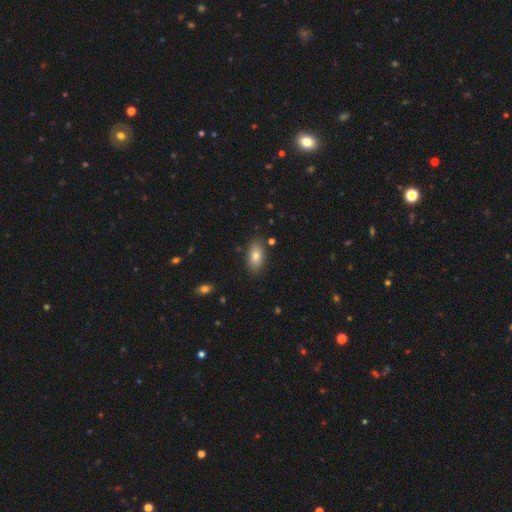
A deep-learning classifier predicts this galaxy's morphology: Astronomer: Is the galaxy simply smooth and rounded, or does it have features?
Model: smooth — 79%.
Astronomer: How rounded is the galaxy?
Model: in between — 90%.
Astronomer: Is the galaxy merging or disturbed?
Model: none — 84%.